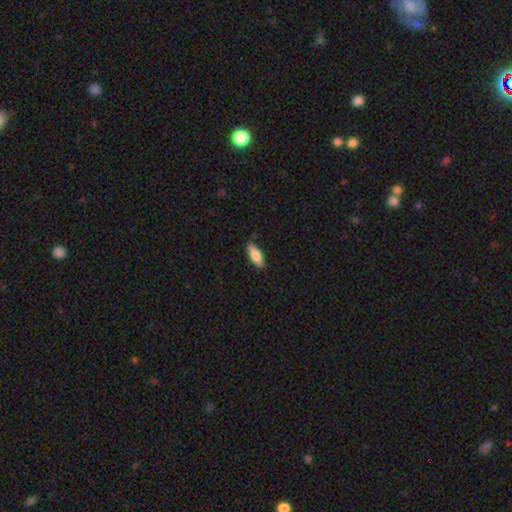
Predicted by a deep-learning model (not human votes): smooth_or_featured: smooth (p=0.74) [alt: featured or disk p=0.20]
how_rounded: in between (p=0.68) [alt: cigar-shaped p=0.30]
merging: none (p=0.86) [alt: minor disturbance p=0.11]